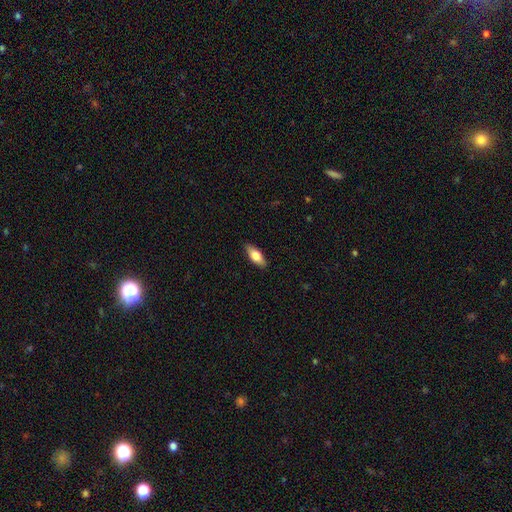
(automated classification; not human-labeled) Overall: smooth (67%). How rounded: in between (74%). Merging: none (88%).